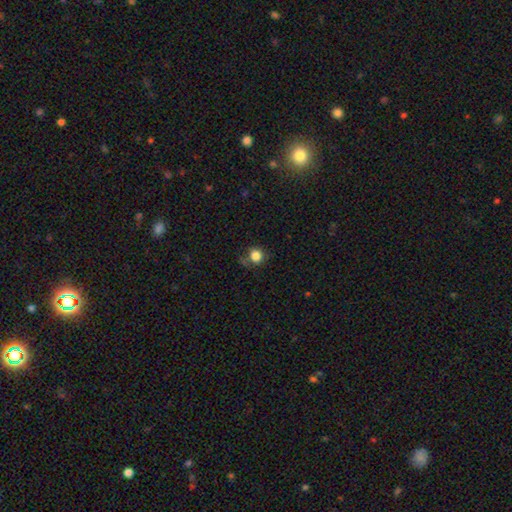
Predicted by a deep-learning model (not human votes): Overall: smooth (83%). How rounded: round (85%). Merging: none (74%).